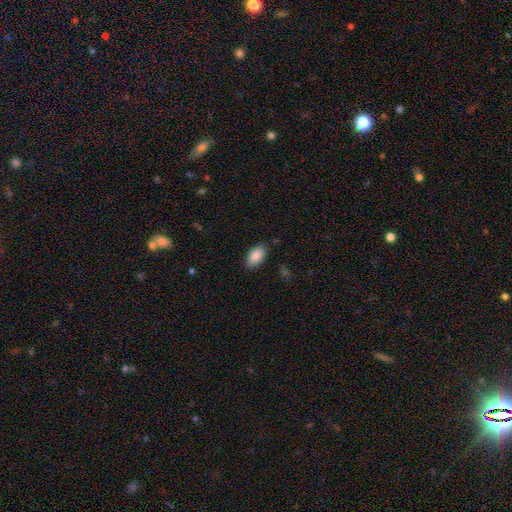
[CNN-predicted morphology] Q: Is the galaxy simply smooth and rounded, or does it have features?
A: smooth — 88%.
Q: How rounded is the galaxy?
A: in between — 94%.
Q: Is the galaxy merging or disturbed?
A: none — 84%.